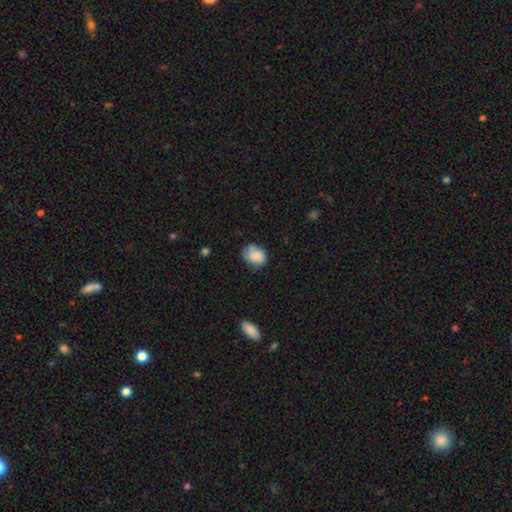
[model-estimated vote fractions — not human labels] A smooth galaxy with no disk features (77%) that is in between round and cigar-shaped (56%). Merging: none (58%).